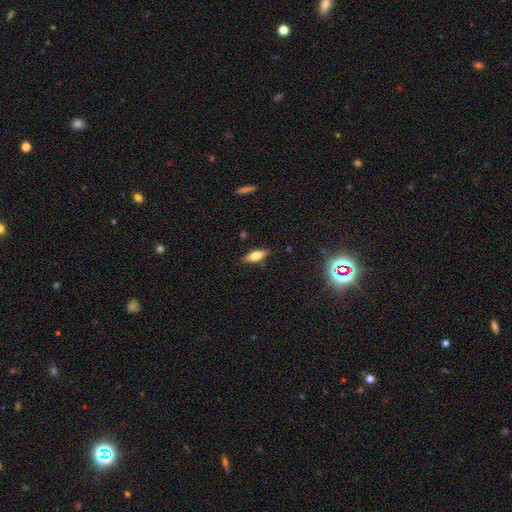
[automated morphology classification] type=smooth (59%); roundness=in between (59%); merging=none (85%).